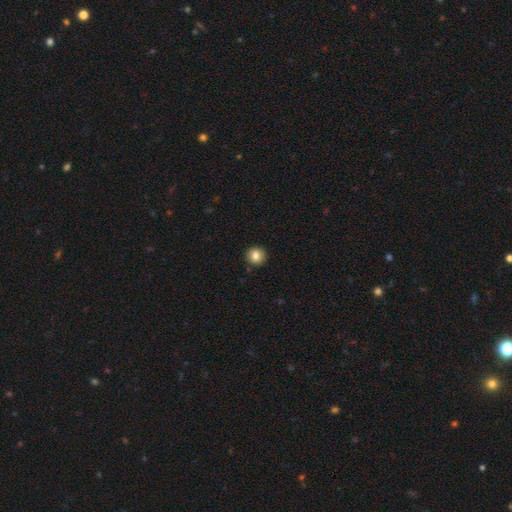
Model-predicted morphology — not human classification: This is clearly a smooth galaxy (84%). How rounded: clearly round (95%). Merging: clearly none (92%).